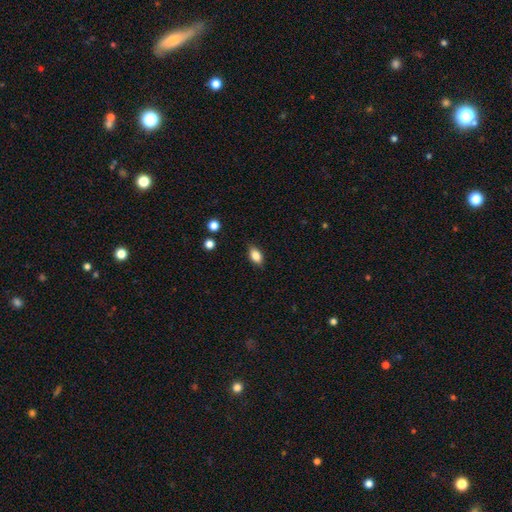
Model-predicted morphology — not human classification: smooth-or-featured: smooth: 82% | featured or disk: 9% | star or artifact: 9%
  how-rounded: in between: 85% | round: 10% | cigar-shaped: 5%
  merging: none: 83% | minor disturbance: 13% | major disturbance: 3% | merger: 1%